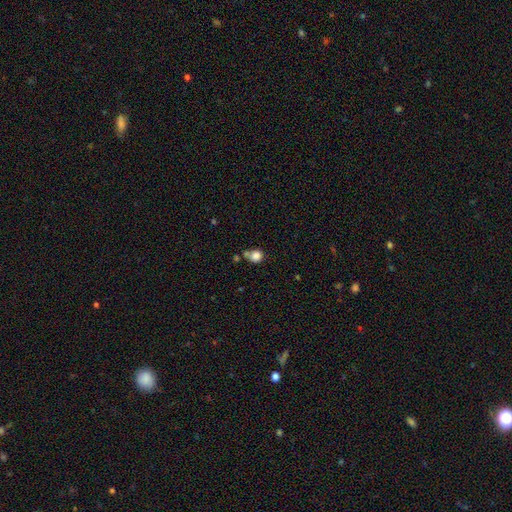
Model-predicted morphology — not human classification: smooth-or-featured: smooth: 83% | star or artifact: 11% | featured or disk: 6%
  how-rounded: round: 82% | in between: 17% | cigar-shaped: 1%
  merging: none: 52% | merger: 26% | minor disturbance: 15% | major disturbance: 7%